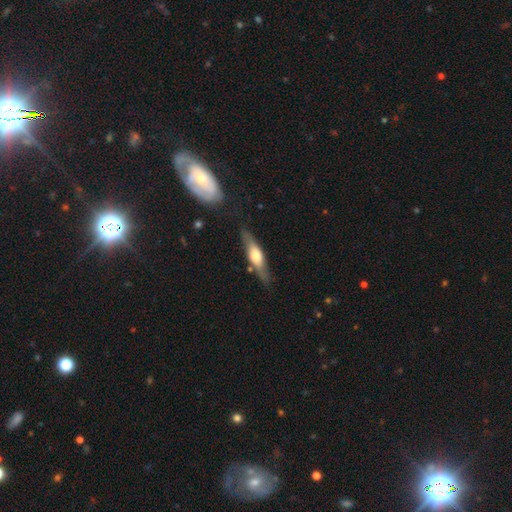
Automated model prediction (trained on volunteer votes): Q: Smooth or featured?
A: featured or disk (55%); runner-up: smooth (39%)
Q: Edge-on disk?
A: yes (86%); runner-up: no (14%)
Q: Merging?
A: none (78%); runner-up: minor disturbance (15%)